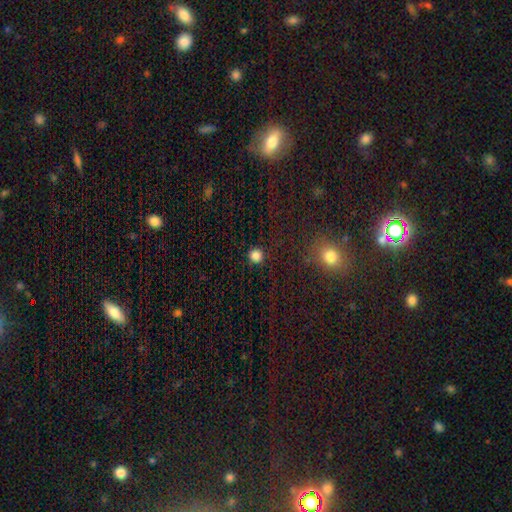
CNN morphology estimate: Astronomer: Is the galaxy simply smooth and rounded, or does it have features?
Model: smooth — 83%.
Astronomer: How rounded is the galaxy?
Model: round — 92%.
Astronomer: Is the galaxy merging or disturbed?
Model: none — 90%.